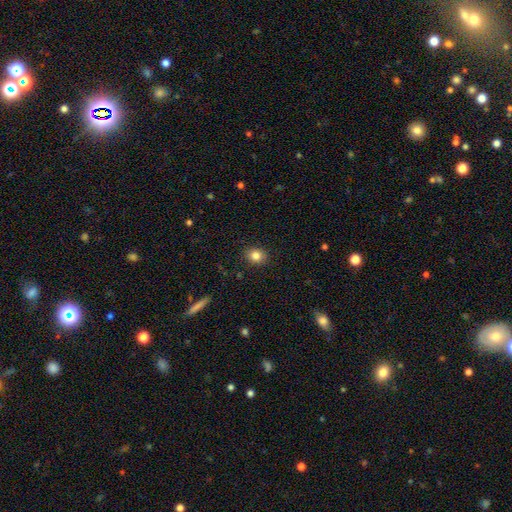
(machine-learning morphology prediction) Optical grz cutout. It shows a smooth galaxy with no disk features (83%) that is round (67%). Merging: none (89%).